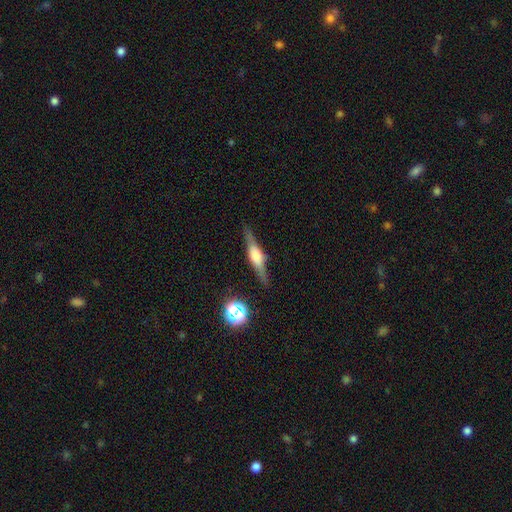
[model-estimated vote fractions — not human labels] smooth-or-featured: featured or disk: 70% | smooth: 22% | star or artifact: 7%
  disk-edge-on: yes: 96% | no: 4%
    edge-on-bulge: rounded: 75% | boxy: 22% | none: 3%
  merging: none: 85% | minor disturbance: 11% | major disturbance: 3% | merger: 2%